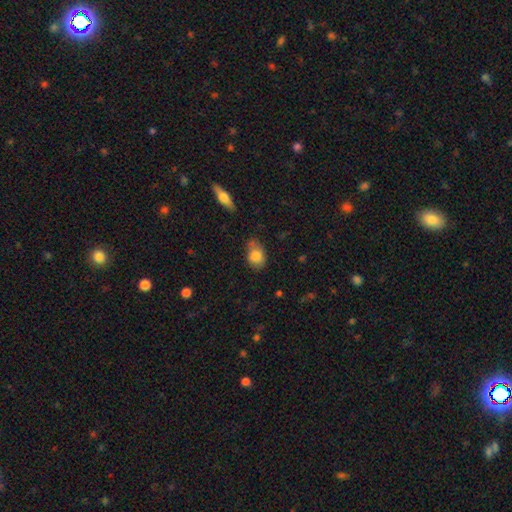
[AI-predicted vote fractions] This is clearly a smooth galaxy (82%). How rounded: likely in between (72%). Merging: possibly none (57%).